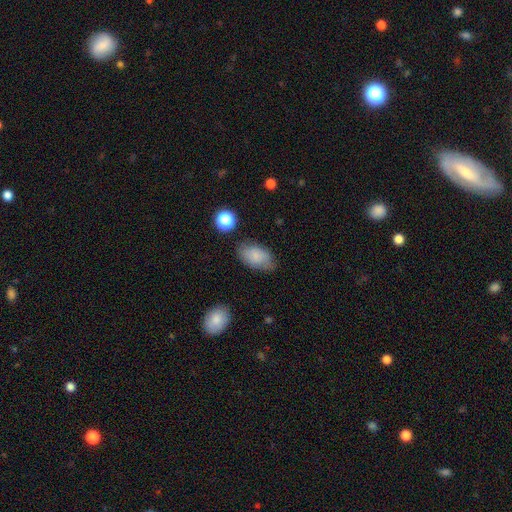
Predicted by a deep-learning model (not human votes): Smooth or featured? smooth (79%)
How rounded? in between (91%)
Merging? none (69%)